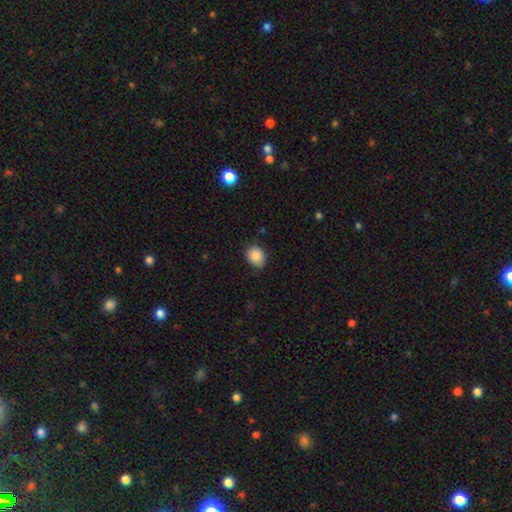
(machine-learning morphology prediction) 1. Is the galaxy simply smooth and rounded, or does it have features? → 88% smooth, 8% star or artifact, 4% featured or disk.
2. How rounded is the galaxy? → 51% round, 48% in between, 1% cigar-shaped.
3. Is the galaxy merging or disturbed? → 77% none, 18% minor disturbance, 3% major disturbance, 1% merger.